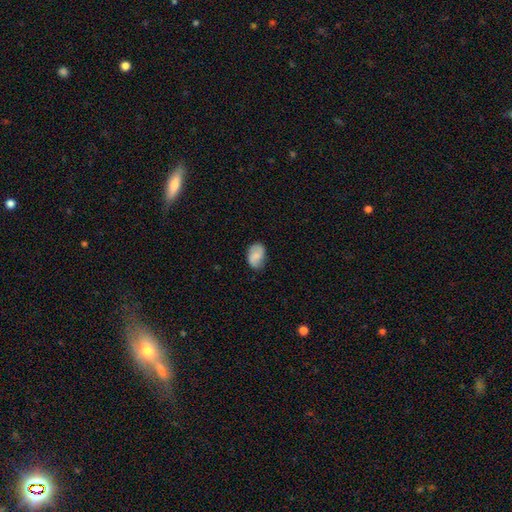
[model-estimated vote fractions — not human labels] This appears to be a smooth galaxy with no disk features (64%) that is in between round and cigar-shaped (84%). Merging: none (74%).